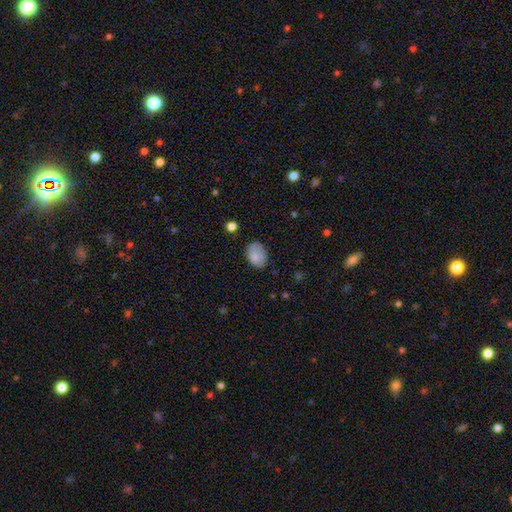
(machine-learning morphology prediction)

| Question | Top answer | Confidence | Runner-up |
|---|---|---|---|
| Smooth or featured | smooth | 81% | featured or disk (11%) |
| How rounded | in between | 80% | round (19%) |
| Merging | none | 67% | minor disturbance (24%) |